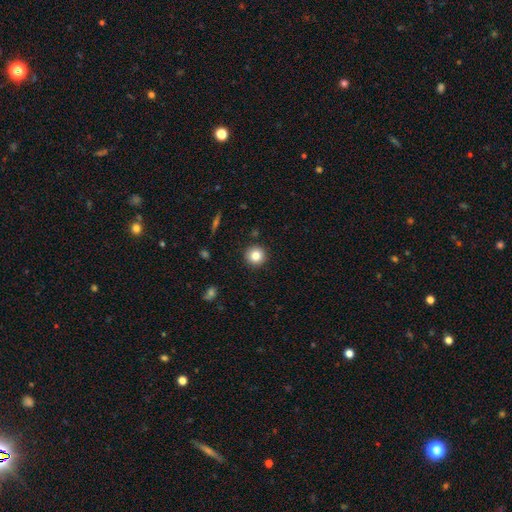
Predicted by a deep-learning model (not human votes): Overall: smooth (82%). How rounded: round (95%). Merging: none (92%).